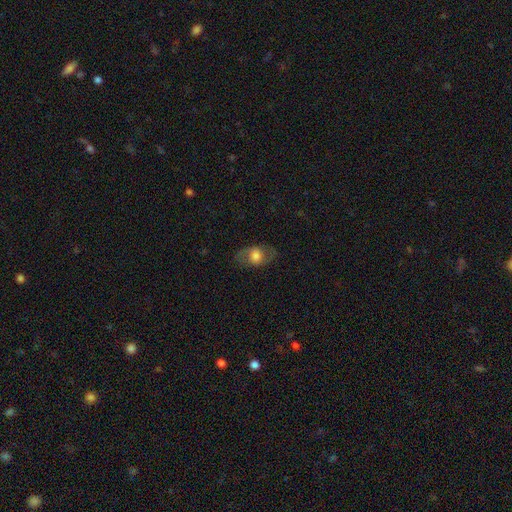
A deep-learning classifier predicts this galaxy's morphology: Smooth or featured? smooth (54%)
How rounded? in between (74%)
Merging? none (76%)